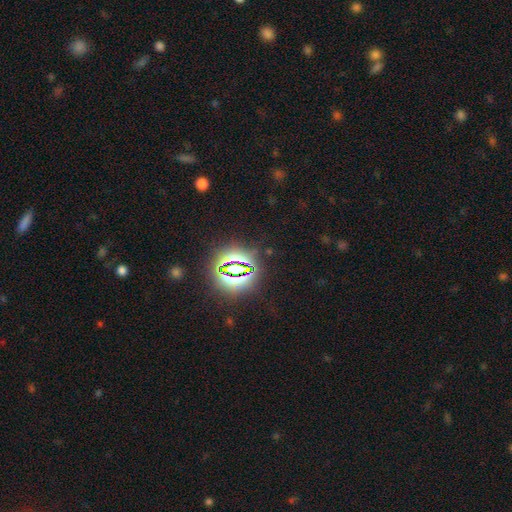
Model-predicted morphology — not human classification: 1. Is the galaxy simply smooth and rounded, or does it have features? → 82% star or artifact, 12% smooth, 7% featured or disk.